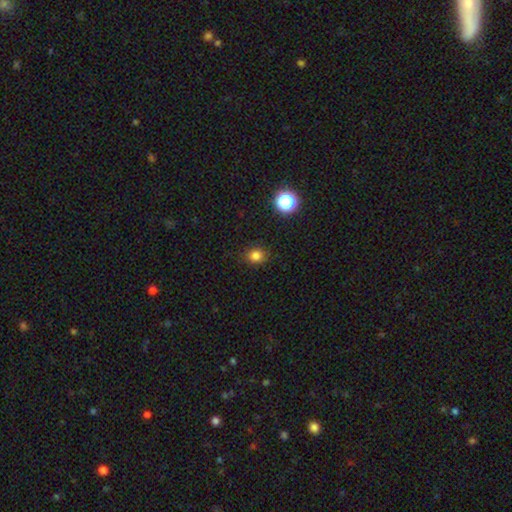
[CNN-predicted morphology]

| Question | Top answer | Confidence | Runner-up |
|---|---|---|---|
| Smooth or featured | smooth | 80% | star or artifact (15%) |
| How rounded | round | 72% | in between (27%) |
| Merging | none | 86% | minor disturbance (10%) |